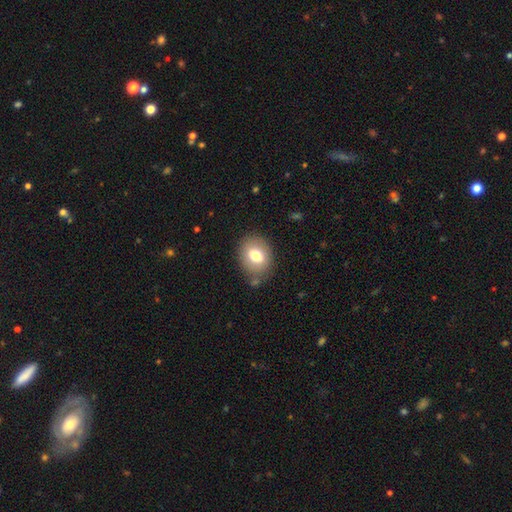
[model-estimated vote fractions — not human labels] smooth 74%, featured or disk 17%, star or artifact 9%. Down the decision tree: how rounded — in between (53%); merging — none (78%).